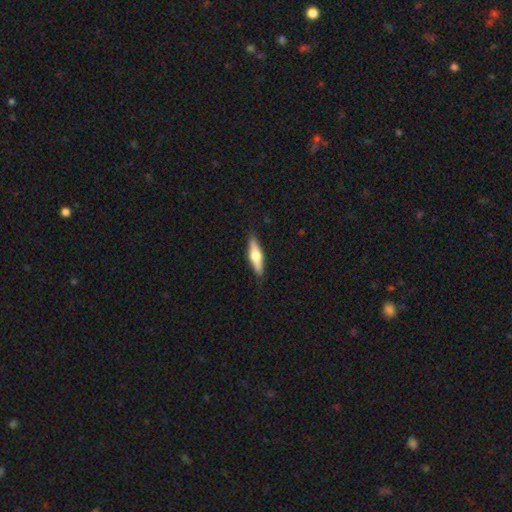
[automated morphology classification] This appears to be a featured or disk galaxy (52%) viewed edge-on (94%). Merging: none (88%).